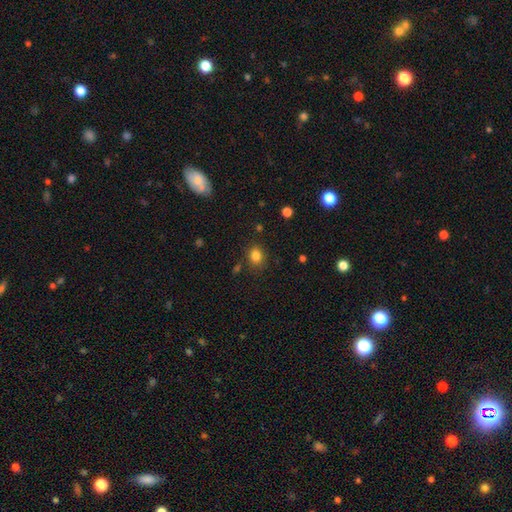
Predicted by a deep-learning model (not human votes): Overall: smooth (83%). How rounded: round (62%; in between 37%). Merging: none (81%).